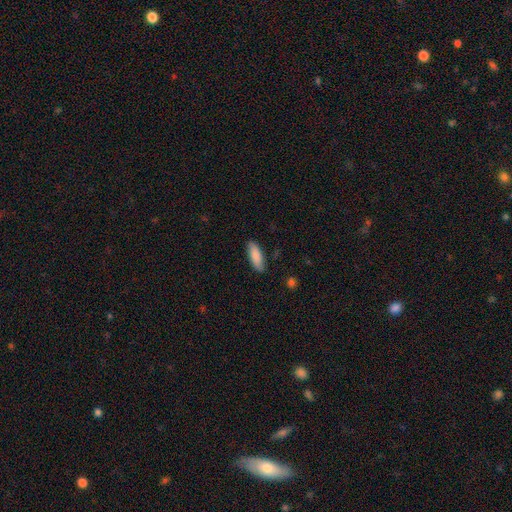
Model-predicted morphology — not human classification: Smooth or featured?
  - smooth: 86% *
  - featured or disk: 8%
  - star or artifact: 6%
How rounded?
  - in between: 61% *
  - cigar-shaped: 38%
  - round: 2%
Merging?
  - none: 84% *
  - minor disturbance: 12%
  - major disturbance: 2%
  - merger: 1%